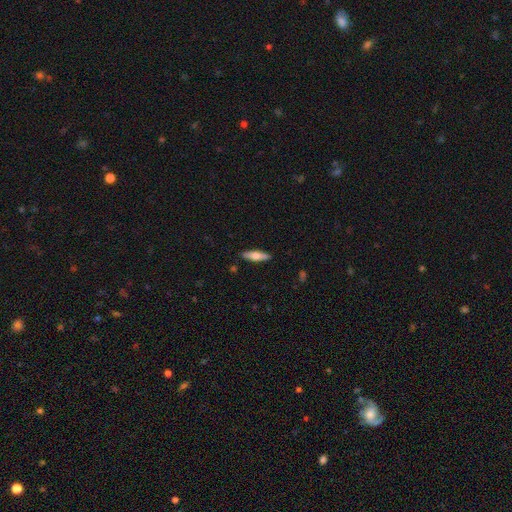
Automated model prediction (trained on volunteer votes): smooth 59%, featured or disk 35%, star or artifact 6%. Down the decision tree: how rounded — cigar-shaped (61%); merging — none (89%).